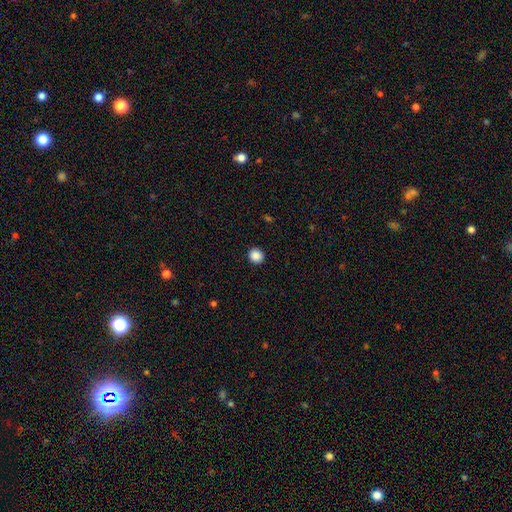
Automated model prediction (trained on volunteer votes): Smooth or featured? smooth (88%)
How rounded? round (89%)
Merging? none (92%)